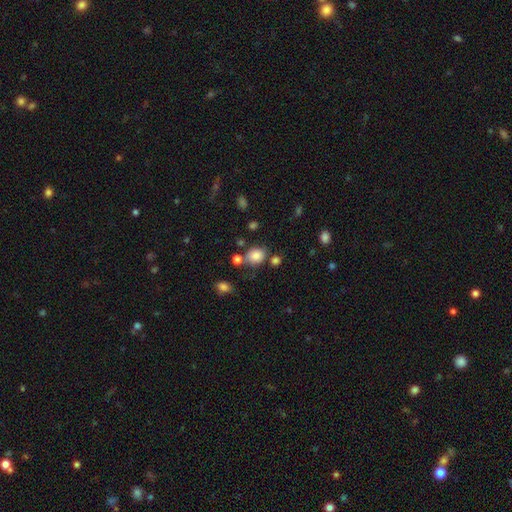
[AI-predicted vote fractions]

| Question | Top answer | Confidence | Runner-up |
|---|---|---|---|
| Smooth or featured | smooth | 83% | star or artifact (11%) |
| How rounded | round | 56% | in between (42%) |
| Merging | none | 67% | minor disturbance (14%) |